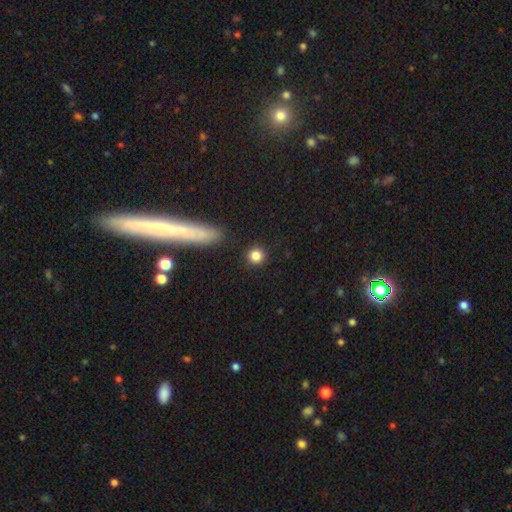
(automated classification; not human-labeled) This appears to be a smooth galaxy with no disk features (84%) that is round (92%). Merging: none (90%).